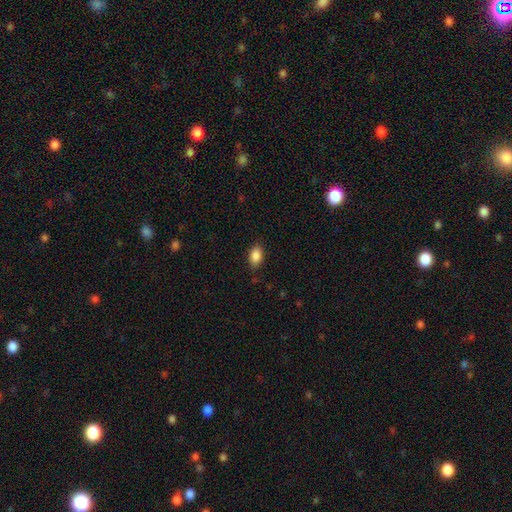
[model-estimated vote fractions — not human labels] Smooth or featured? Predicted: smooth (p=0.88). How rounded? Predicted: in between (p=0.90). Merging? Predicted: none (p=0.84).